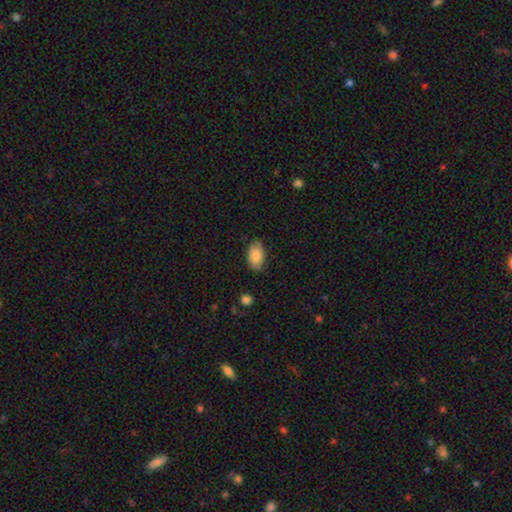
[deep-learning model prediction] Smooth or featured? Predicted: smooth (p=0.83). How rounded? Predicted: in between (p=0.93). Merging? Predicted: none (p=0.80).